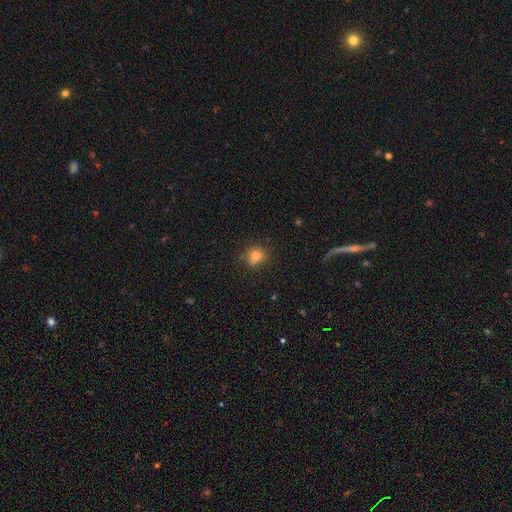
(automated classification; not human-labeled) smooth 77%, star or artifact 14%, featured or disk 10%. Down the decision tree: how rounded — round (76%); merging — none (72%).